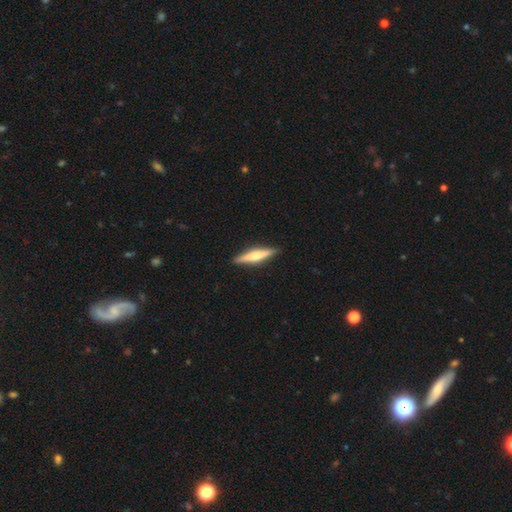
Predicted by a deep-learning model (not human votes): Morphology: type=featured or disk (55%); edge-on=yes (97%); edge-on bulge=rounded (84%); merging=none (91%).